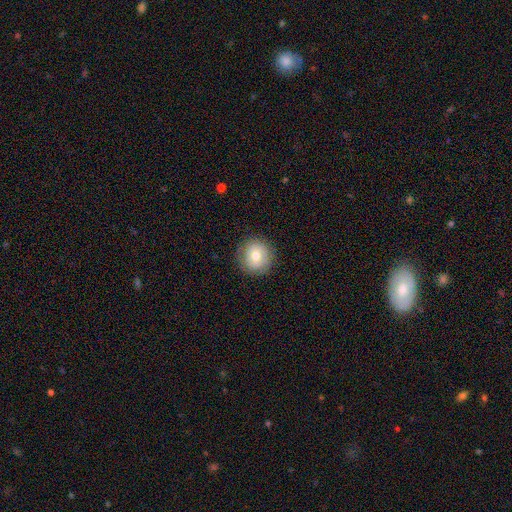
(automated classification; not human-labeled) This is likely a smooth galaxy (72%). How rounded: clearly round (92%). Merging: clearly none (86%).